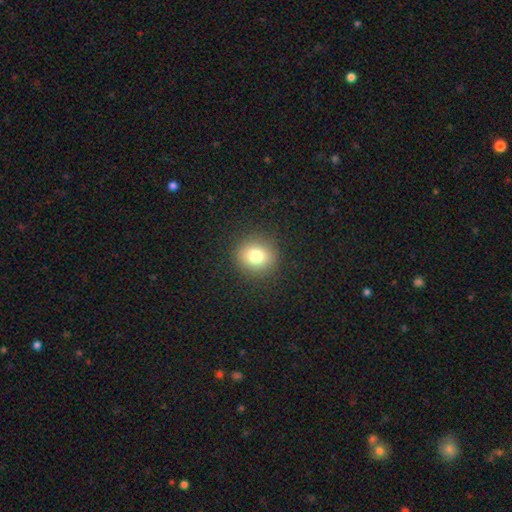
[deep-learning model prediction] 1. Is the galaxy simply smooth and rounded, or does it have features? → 78% smooth, 13% star or artifact, 9% featured or disk.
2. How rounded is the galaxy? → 84% round, 15% in between, 1% cigar-shaped.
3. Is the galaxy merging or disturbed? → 90% none, 6% minor disturbance, 3% major disturbance, 1% merger.